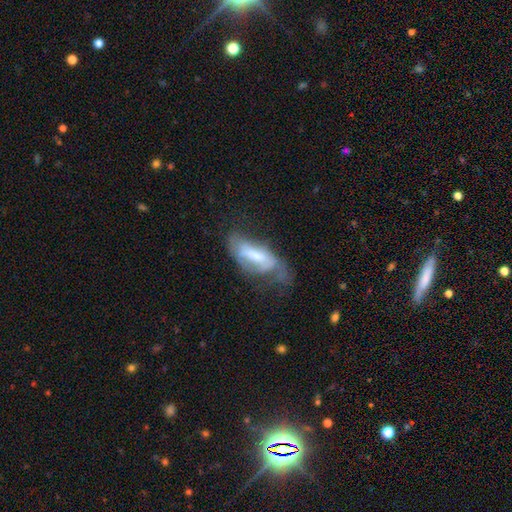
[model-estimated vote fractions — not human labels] Overall: featured or disk (49%; smooth 44%). Merging: major disturbance (44%; minor disturbance 27%).